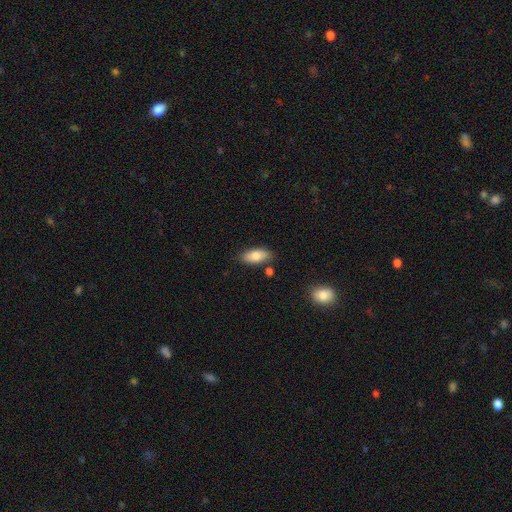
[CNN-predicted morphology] Smooth or featured? smooth (80%)
How rounded? in between (86%)
Merging? none (81%)